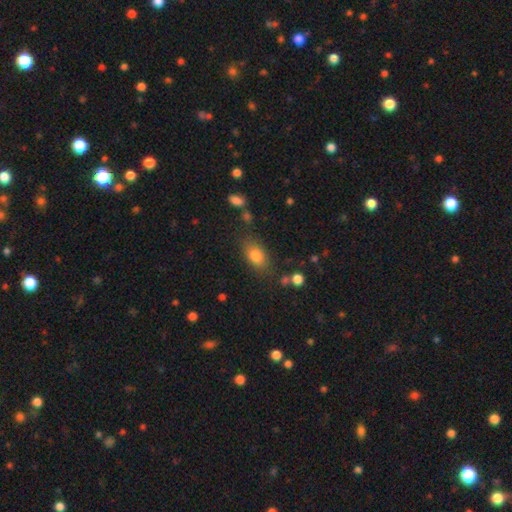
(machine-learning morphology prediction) smooth 81%, featured or disk 9%, star or artifact 9%. Down the decision tree: how rounded — in between (83%); merging — none (74%).